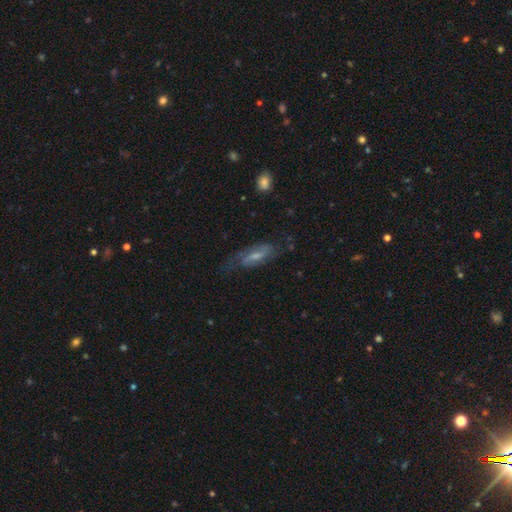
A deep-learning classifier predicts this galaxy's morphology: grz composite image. It shows a featured or disk galaxy (65%) with a weak bar (48%), spiral arms (86%) and a small central bulge (47%). Merging: none (62%).